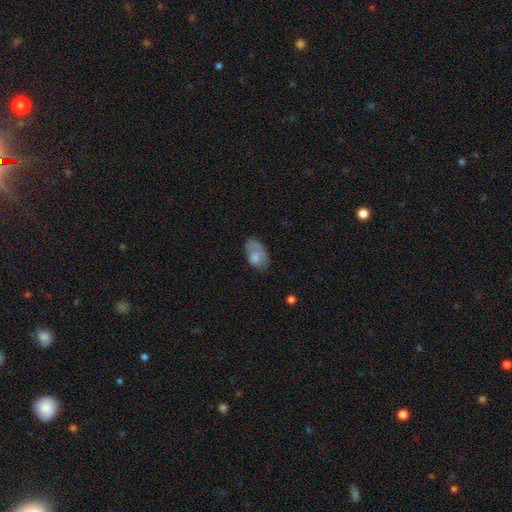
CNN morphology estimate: Smooth or featured? smooth (69%)
How rounded? in between (91%)
Merging? none (47%)